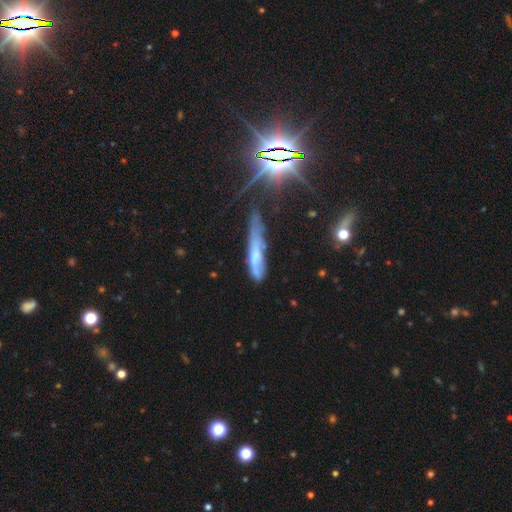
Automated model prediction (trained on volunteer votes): Morphology: type=smooth (43%); merging=none (45%).